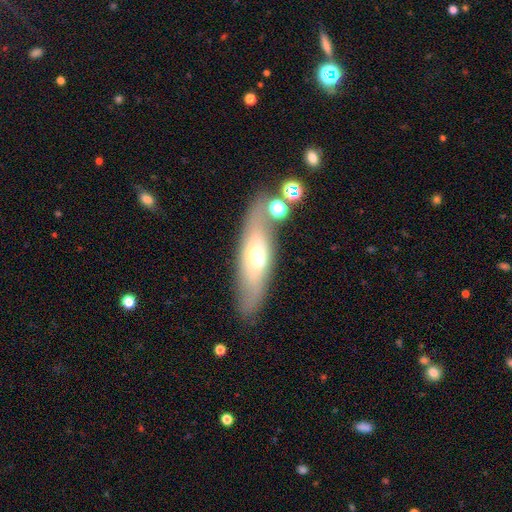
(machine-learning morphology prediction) Overall: featured or disk (50%; smooth 42%). Merging: none (69%).